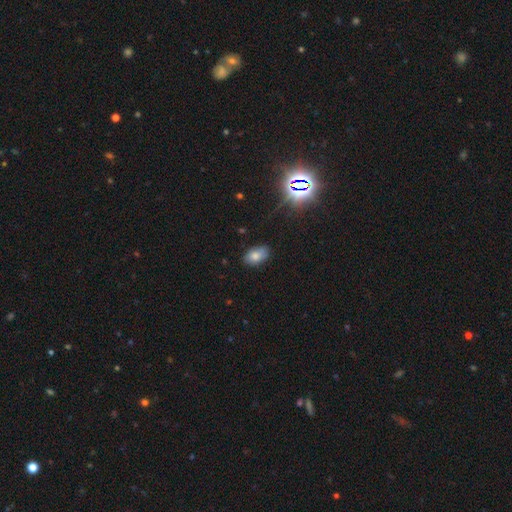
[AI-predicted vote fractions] This appears to be a smooth galaxy with no disk features (78%) that is in between round and cigar-shaped (91%). Merging: none (79%).